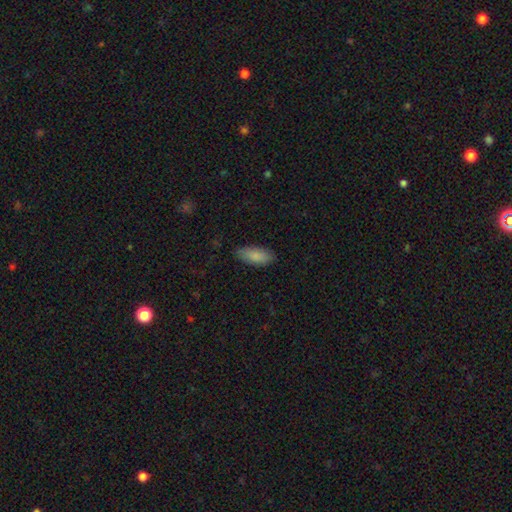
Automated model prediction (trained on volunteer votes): Morphology: type=smooth (87%); roundness=in between (84%); merging=none (84%).